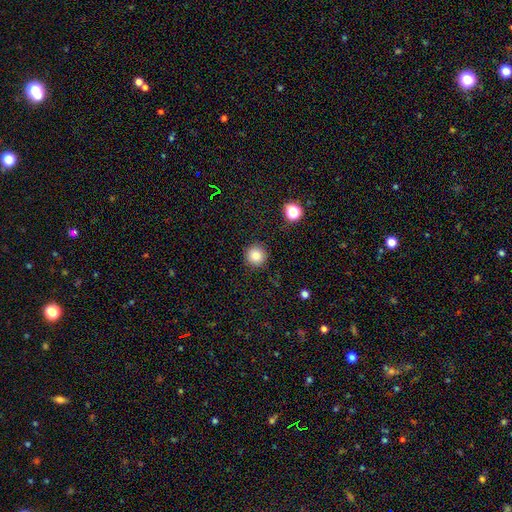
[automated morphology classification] type=smooth (85%); roundness=round (95%); merging=none (90%).